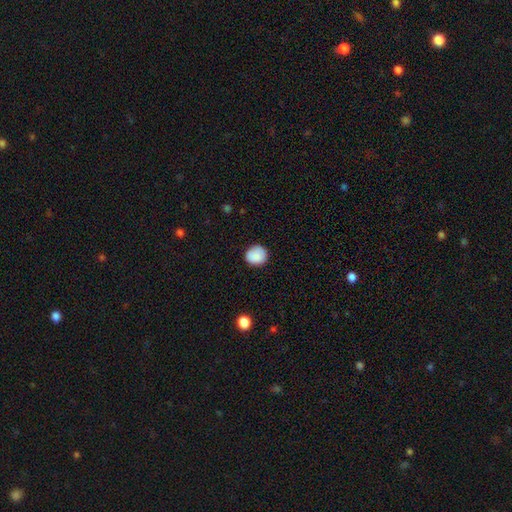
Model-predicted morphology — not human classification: A smooth galaxy with no disk features (88%) that is round (87%).

Vote fractions:
- Smooth or featured? smooth: 88% / star or artifact: 8% / featured or disk: 4%
- How rounded? round: 87% / in between: 12% / cigar-shaped: 1%
- Merging? none: 86% / minor disturbance: 11% / major disturbance: 2% / merger: 1%